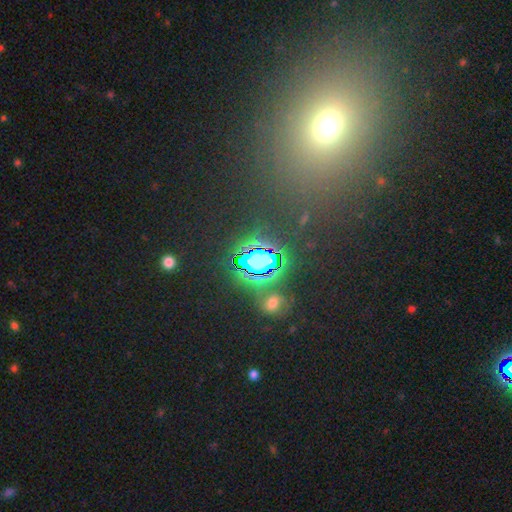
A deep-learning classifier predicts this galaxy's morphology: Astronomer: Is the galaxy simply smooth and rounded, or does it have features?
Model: star or artifact — 76%.